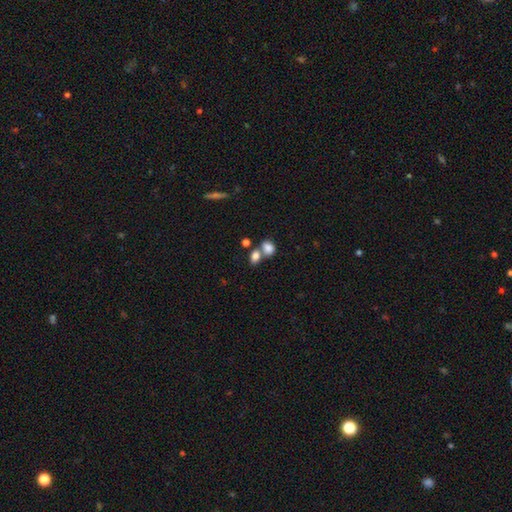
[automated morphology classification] Q: Smooth or featured?
A: smooth (82%); runner-up: star or artifact (10%)
Q: How rounded?
A: in between (74%); runner-up: round (24%)
Q: Merging?
A: merger (51%); runner-up: none (37%)